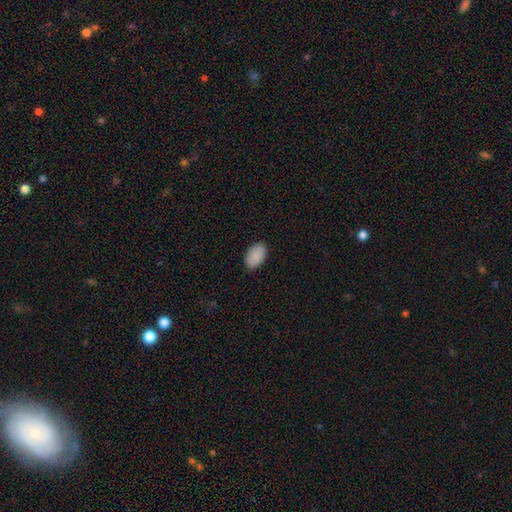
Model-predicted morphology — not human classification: A smooth galaxy with no disk features (91%) that is in between round and cigar-shaped (93%). Merging: none (89%).